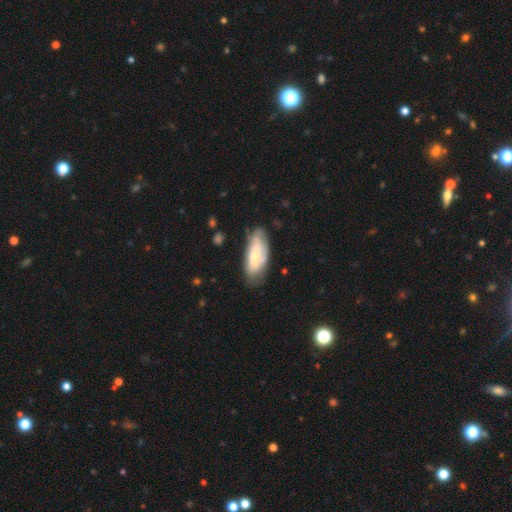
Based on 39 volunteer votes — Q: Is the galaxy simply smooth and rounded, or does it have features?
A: smooth — 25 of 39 (64%).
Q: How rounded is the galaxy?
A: in between — 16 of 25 (64%).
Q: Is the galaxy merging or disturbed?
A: none — 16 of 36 (44%).